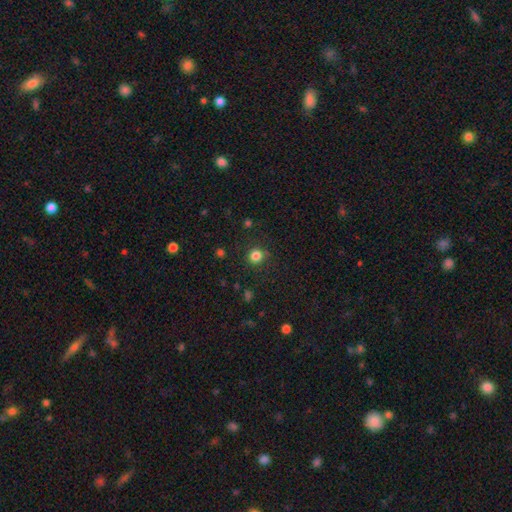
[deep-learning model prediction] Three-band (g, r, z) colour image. It shows a smooth galaxy with no disk features (83%) that is round (89%). Merging: none (86%).